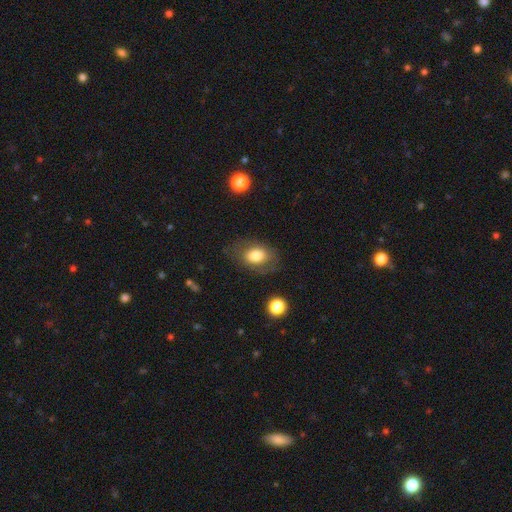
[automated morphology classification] smooth_or_featured: smooth (p=0.75) [alt: featured or disk p=0.17]
how_rounded: in between (p=0.75) [alt: round p=0.24]
merging: none (p=0.72) [alt: minor disturbance p=0.17]